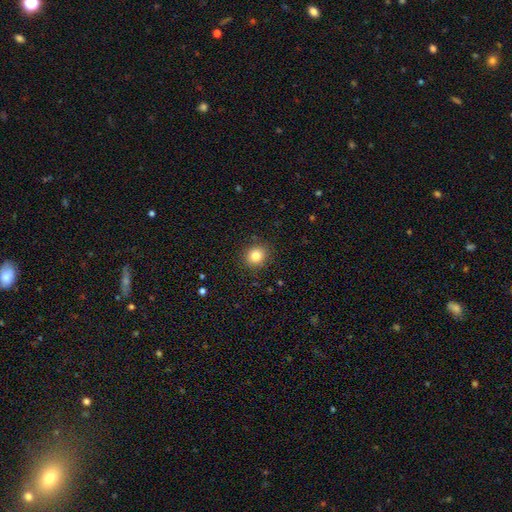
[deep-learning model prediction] Smooth or featured: smooth — 83% (star or artifact — 11%)
How rounded: round — 82% (in between — 17%)
Merging: none — 89% (minor disturbance — 8%)